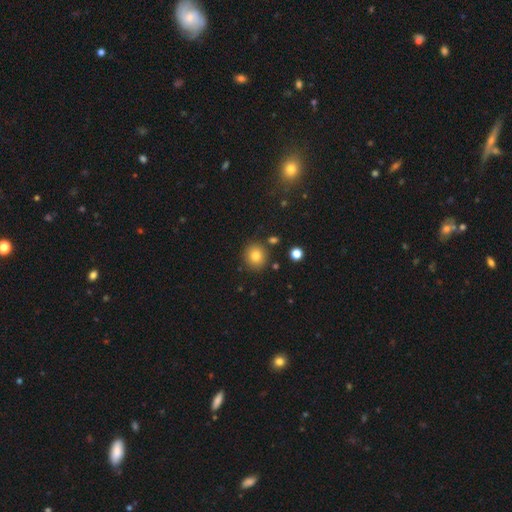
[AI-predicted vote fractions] A smooth galaxy with no disk features (80%) that is round (85%). Merging: none (85%).